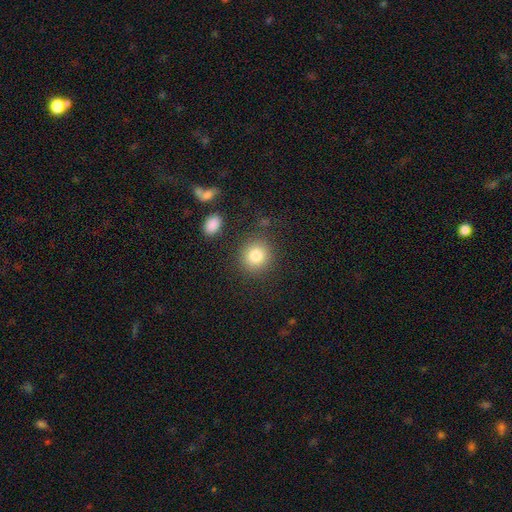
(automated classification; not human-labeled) This is clearly a smooth galaxy (82%). How rounded: clearly round (88%). Merging: clearly none (84%).